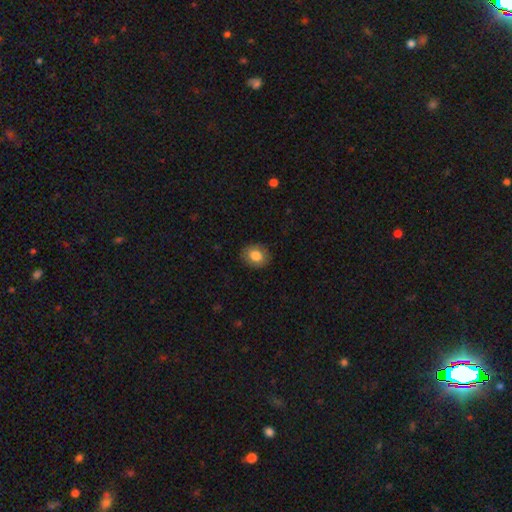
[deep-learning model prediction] smooth-or-featured: smooth: 81% | featured or disk: 11% | star or artifact: 8%
  how-rounded: round: 56% | in between: 43% | cigar-shaped: 1%
  merging: none: 87% | minor disturbance: 9% | major disturbance: 2% | merger: 1%